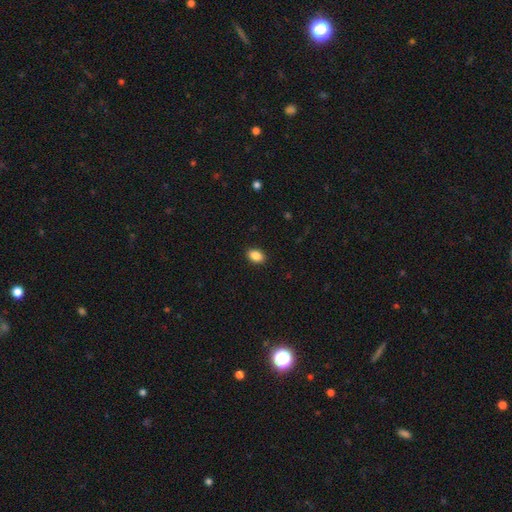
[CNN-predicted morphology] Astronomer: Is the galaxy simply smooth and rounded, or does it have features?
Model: smooth — 88%.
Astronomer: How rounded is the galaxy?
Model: in between — 84%.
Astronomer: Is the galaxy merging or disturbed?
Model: none — 90%.